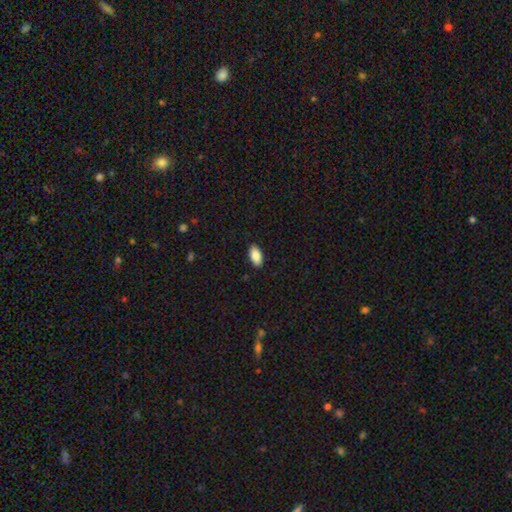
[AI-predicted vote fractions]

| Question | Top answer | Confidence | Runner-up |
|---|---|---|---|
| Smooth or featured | smooth | 88% | star or artifact (7%) |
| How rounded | in between | 93% | cigar-shaped (5%) |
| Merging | none | 89% | minor disturbance (8%) |